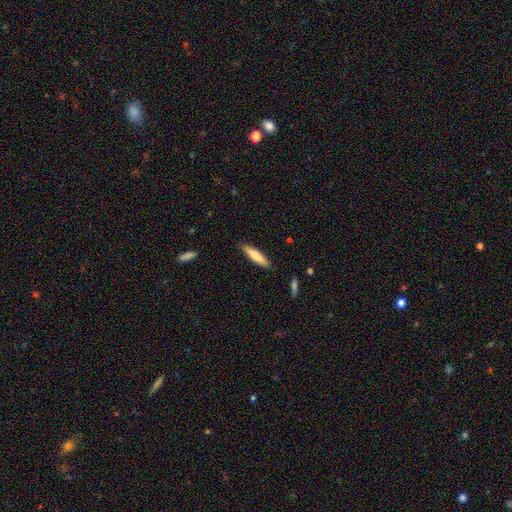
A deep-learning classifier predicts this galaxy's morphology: The model was most divided on "smooth or featured": smooth: 75%, featured or disk: 19%, star or artifact: 6%. More confident: merging — none (86%); how rounded — cigar-shaped (78%).